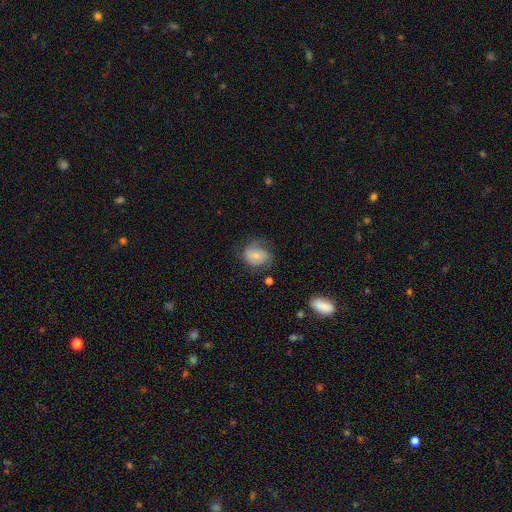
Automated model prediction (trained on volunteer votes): The model was most divided on "how rounded": round: 55%, in between: 44%, cigar-shaped: 1%. More confident: smooth or featured — smooth (54%); merging — none (53%).